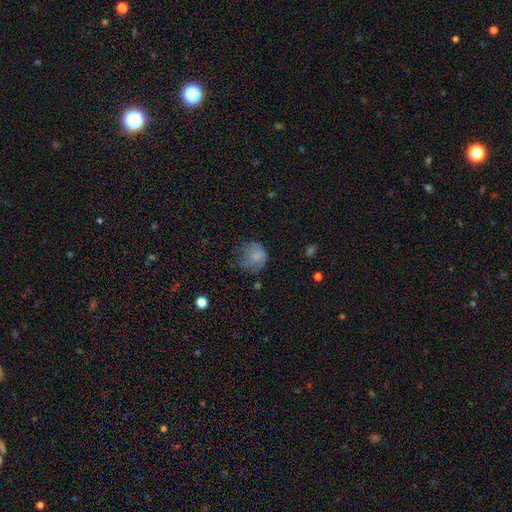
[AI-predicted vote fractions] The model was most divided on "merging": none: 40%, minor disturbance: 32%, major disturbance: 27%, merger: 2%. More confident: how rounded — round (73%); smooth or featured — smooth (72%).